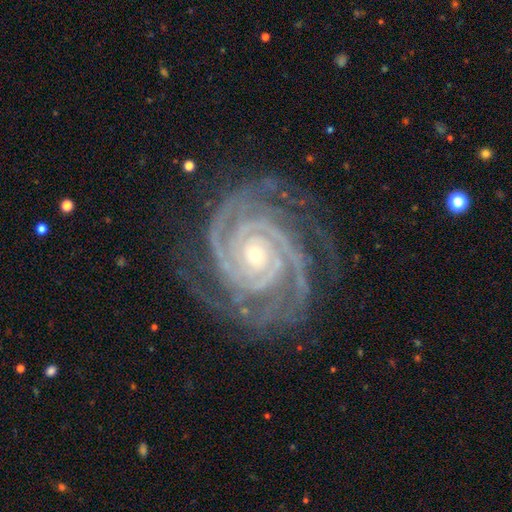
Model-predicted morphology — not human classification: smooth_or_featured: featured or disk (p=0.94) [alt: star or artifact p=0.04]
disk_edge_on: no (p=0.98) [alt: yes p=0.02]
bar: no (p=0.72) [alt: weak p=0.17]
has_spiral_arms: yes (p=0.99) [alt: no p=0.01]
spiral_winding: tight (p=0.85) [alt: medium p=0.13]
spiral_arm_count: 2 (p=0.32) [alt: 3 p=0.27]
bulge_size: small (p=0.72) [alt: moderate p=0.25]
merging: none (p=0.78) [alt: minor disturbance p=0.15]